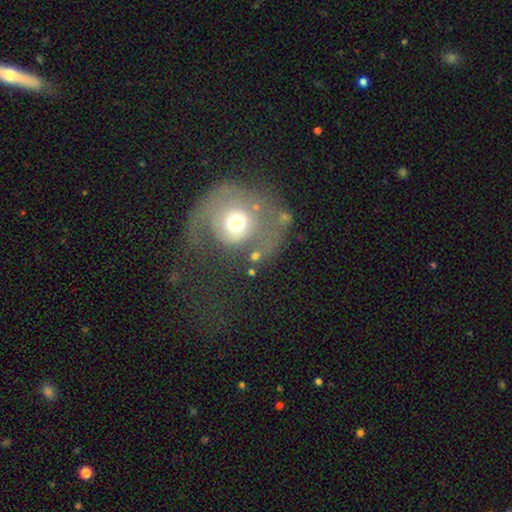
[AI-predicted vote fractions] A smooth galaxy with no disk features (44%, tied with featured or disk). Merging: major disturbance (44%).